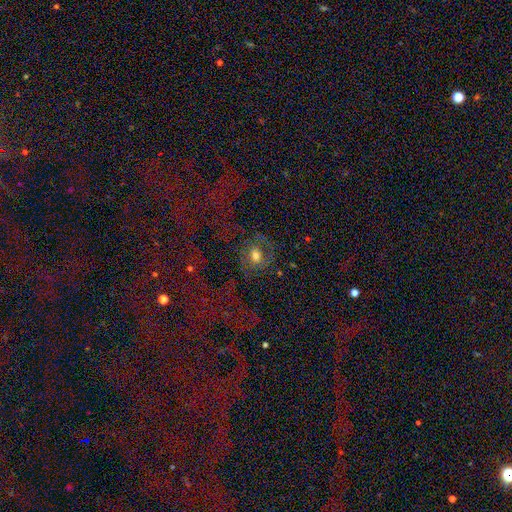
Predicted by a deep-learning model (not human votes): A featured or disk galaxy (44%). Merging: none (65%).